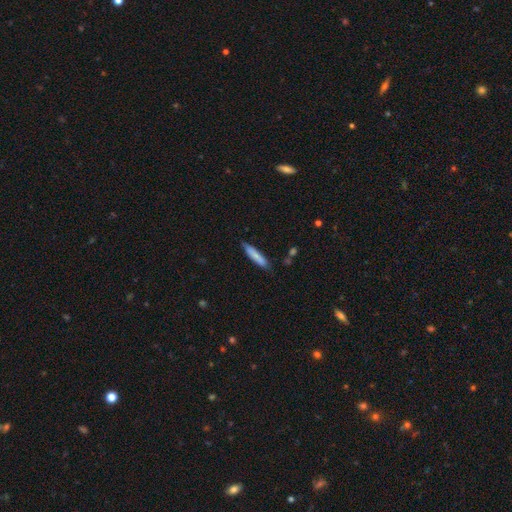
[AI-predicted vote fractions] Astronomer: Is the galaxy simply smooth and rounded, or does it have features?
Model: smooth — 80%.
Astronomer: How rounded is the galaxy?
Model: cigar-shaped — 88%.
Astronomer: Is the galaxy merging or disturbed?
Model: none — 81%.